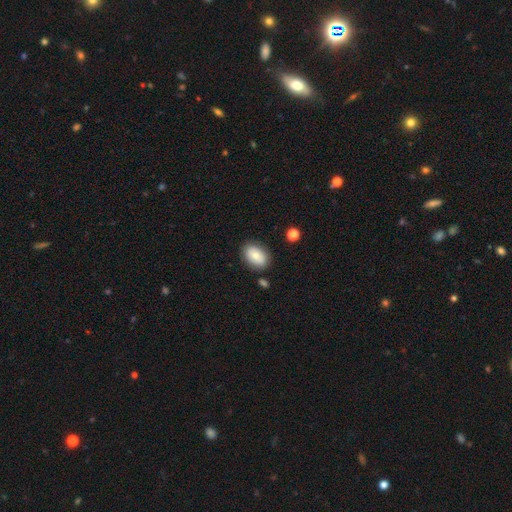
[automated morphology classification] Smooth or featured? smooth (79%)
How rounded? in between (86%)
Merging? none (83%)